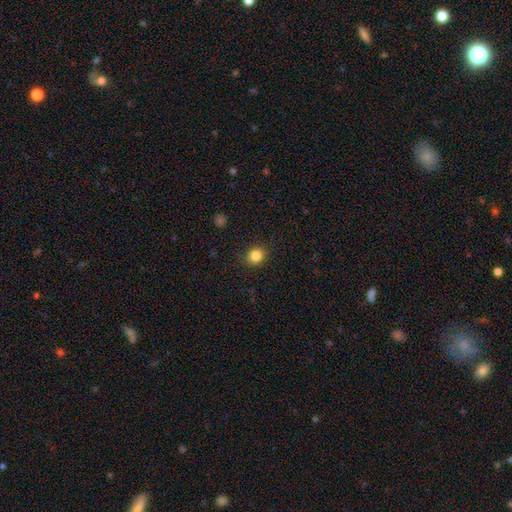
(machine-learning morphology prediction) smooth-or-featured: smooth: 84% | star or artifact: 11% | featured or disk: 5%
  how-rounded: round: 74% | in between: 25% | cigar-shaped: 1%
  merging: none: 89% | minor disturbance: 8% | major disturbance: 2% | merger: 1%